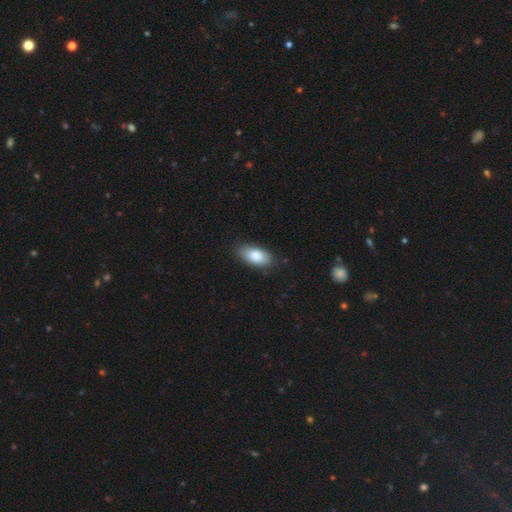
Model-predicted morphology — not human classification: smooth-or-featured: smooth: 82% | featured or disk: 11% | star or artifact: 7%
  how-rounded: in between: 91% | cigar-shaped: 5% | round: 4%
  merging: none: 84% | minor disturbance: 13% | major disturbance: 2% | merger: 1%